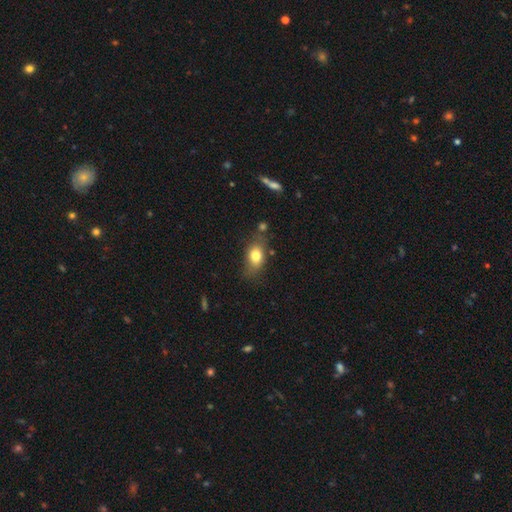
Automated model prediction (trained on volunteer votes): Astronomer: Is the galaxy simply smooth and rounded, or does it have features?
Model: smooth — 78%.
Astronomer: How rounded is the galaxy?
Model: in between — 78%.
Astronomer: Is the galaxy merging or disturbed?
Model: none — 66%.